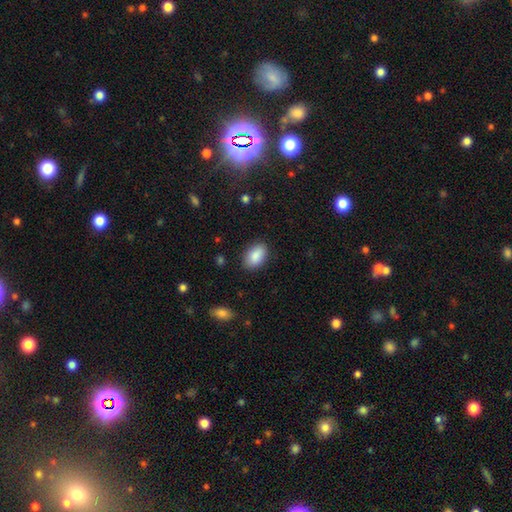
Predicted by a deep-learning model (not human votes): smooth_or_featured: smooth (p=0.88) [alt: star or artifact p=0.06]
how_rounded: in between (p=0.91) [alt: round p=0.08]
merging: none (p=0.85) [alt: minor disturbance p=0.11]